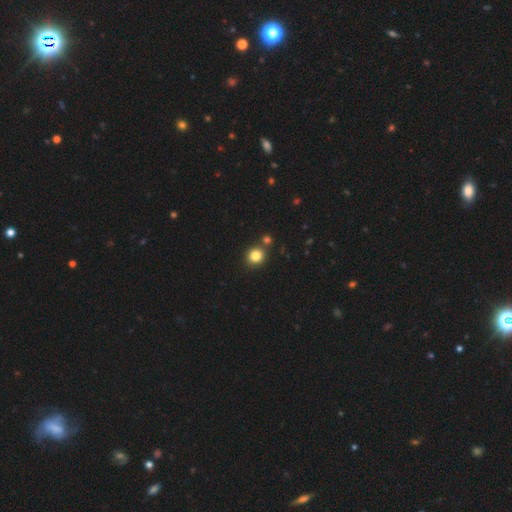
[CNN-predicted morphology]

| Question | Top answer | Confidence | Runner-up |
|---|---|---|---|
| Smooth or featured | smooth | 83% | star or artifact (12%) |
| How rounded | round | 85% | in between (14%) |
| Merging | none | 78% | merger (12%) |